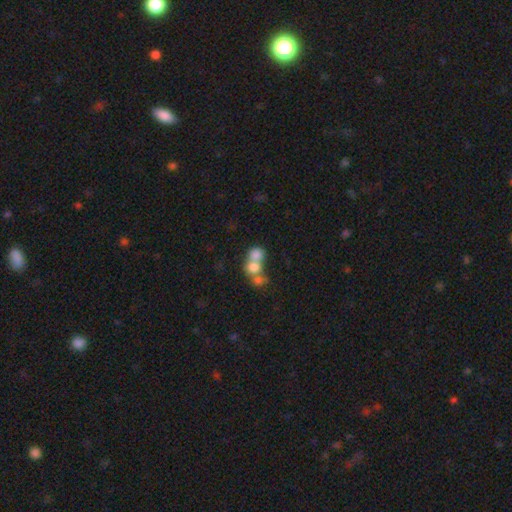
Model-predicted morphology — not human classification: The model was most divided on "how rounded": round: 67%, in between: 32%, cigar-shaped: 1%. More confident: smooth or featured — smooth (72%); merging — merger (66%).